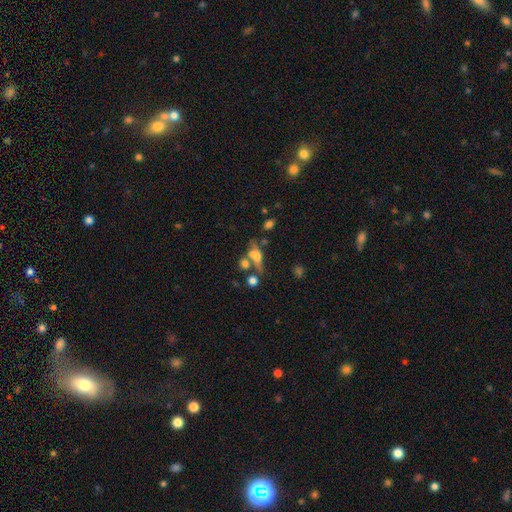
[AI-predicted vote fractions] Smooth or featured: smooth — 47% (featured or disk — 38%)
Merging: none — 40% (merger — 31%)